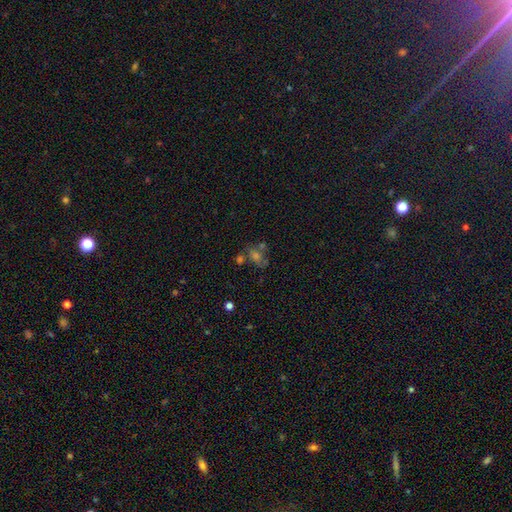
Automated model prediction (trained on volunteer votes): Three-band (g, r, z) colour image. It shows a smooth galaxy with no disk features (36%). Merging: none (49%).